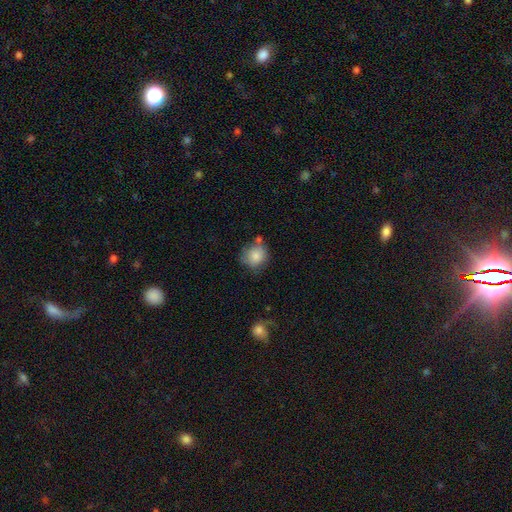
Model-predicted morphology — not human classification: A smooth galaxy with no disk features (82%) that is round (83%).

Vote fractions:
- Smooth or featured? smooth: 82% / featured or disk: 10% / star or artifact: 8%
- How rounded? round: 83% / in between: 16% / cigar-shaped: 1%
- Merging? none: 59% / minor disturbance: 22% / merger: 12% / major disturbance: 7%